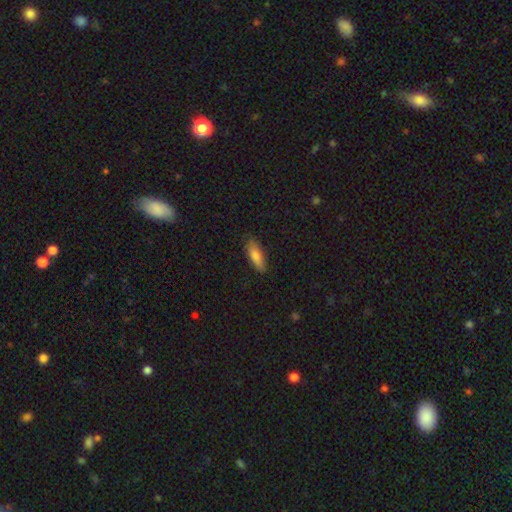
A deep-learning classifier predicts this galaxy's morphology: The model was most divided on "how rounded": in between: 58%, cigar-shaped: 40%, round: 2%. More confident: merging — none (84%); smooth or featured — smooth (83%).